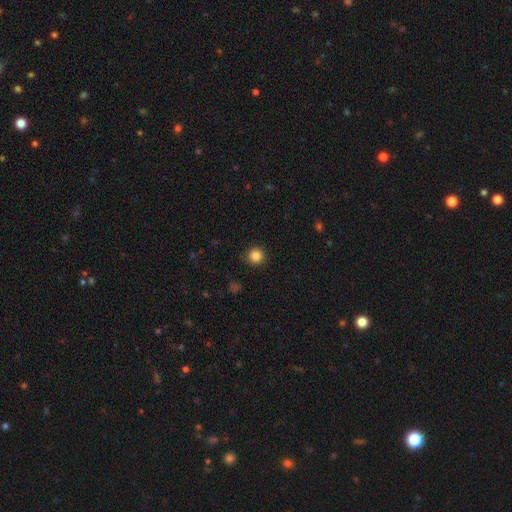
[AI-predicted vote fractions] smooth-or-featured: smooth: 84% | star or artifact: 12% | featured or disk: 4%
  how-rounded: round: 95% | in between: 4% | cigar-shaped: 1%
  merging: none: 91% | minor disturbance: 6% | major disturbance: 2% | merger: 1%